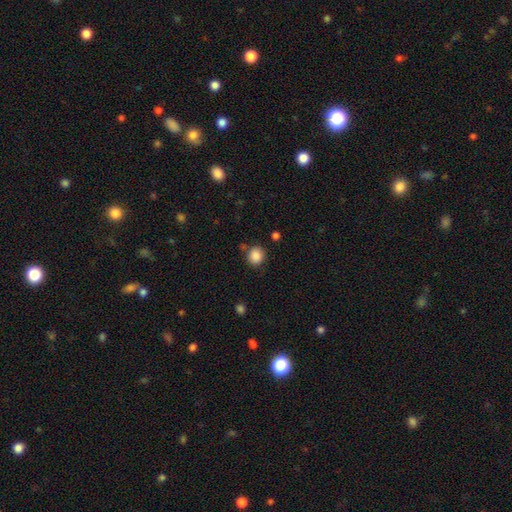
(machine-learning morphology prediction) A smooth galaxy with no disk features (87%) that is round (80%). Merging: none (80%).